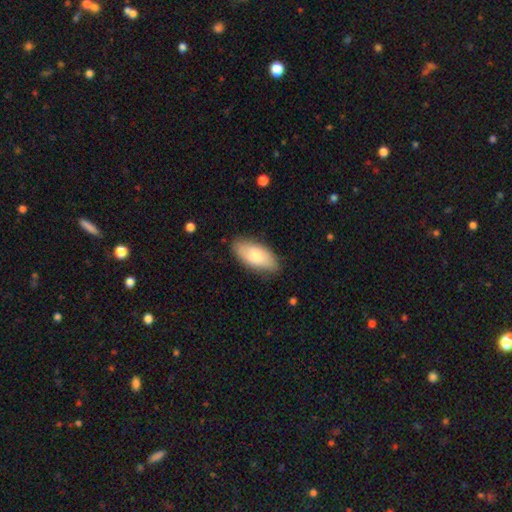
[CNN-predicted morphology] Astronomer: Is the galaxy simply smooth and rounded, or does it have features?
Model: smooth — 76%.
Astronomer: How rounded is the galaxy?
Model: in between — 90%.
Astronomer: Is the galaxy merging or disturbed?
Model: none — 81%.